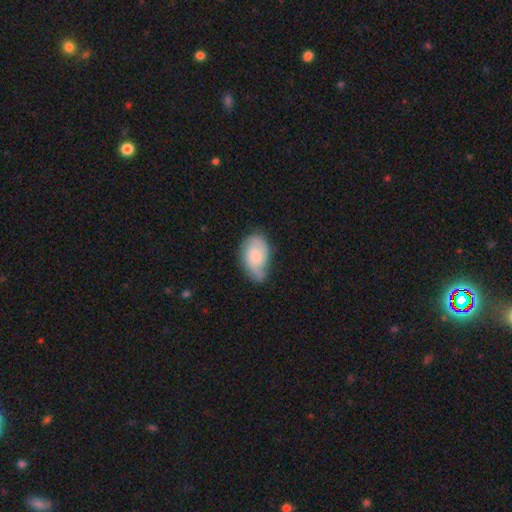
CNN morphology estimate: A smooth galaxy with no disk features (48%). Merging: none (53%).